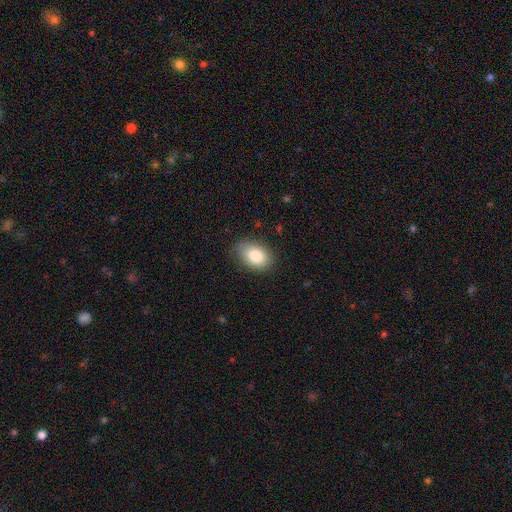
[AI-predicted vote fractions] Smooth or featured? smooth (82%)
How rounded? in between (85%)
Merging? none (81%)